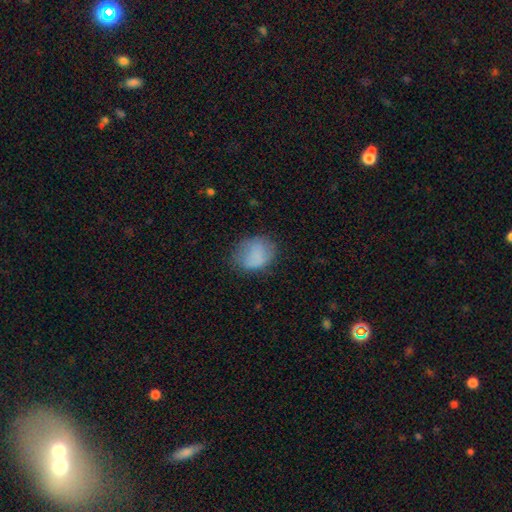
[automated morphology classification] type=smooth (79%); roundness=round (51%); merging=none (63%).